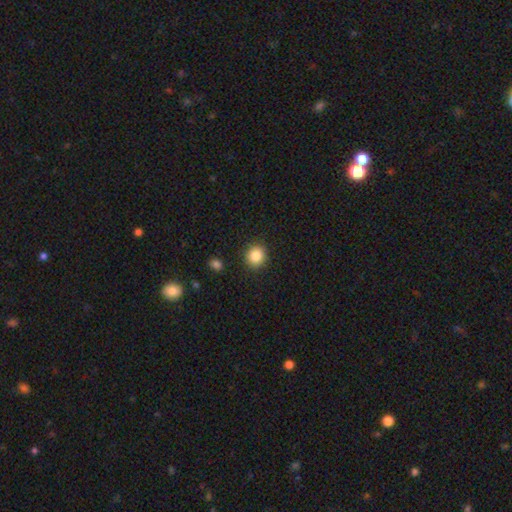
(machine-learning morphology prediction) Smooth or featured? smooth (86%)
How rounded? round (87%)
Merging? none (90%)